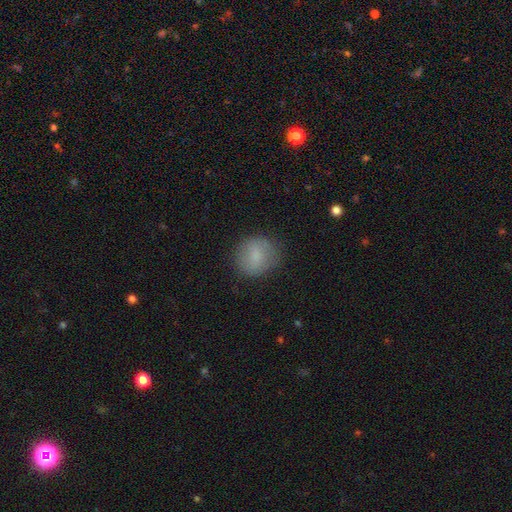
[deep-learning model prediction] A smooth galaxy with no disk features (79%) that is round (72%). Merging: none (77%).